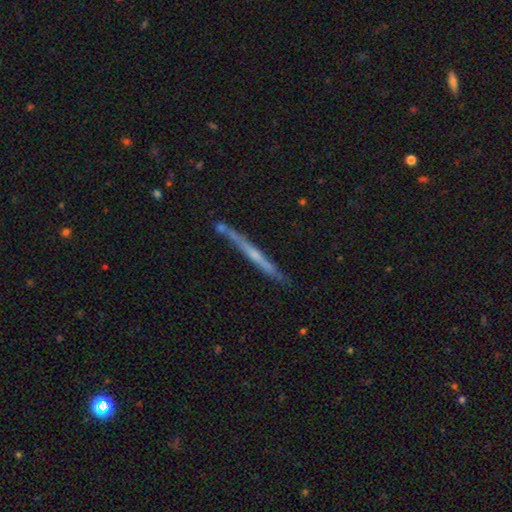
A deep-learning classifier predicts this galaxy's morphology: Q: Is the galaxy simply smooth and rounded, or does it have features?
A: featured or disk — 60%.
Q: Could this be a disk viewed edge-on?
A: yes — 95%.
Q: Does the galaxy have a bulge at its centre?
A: none — 66%.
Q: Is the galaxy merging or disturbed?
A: none — 75%.